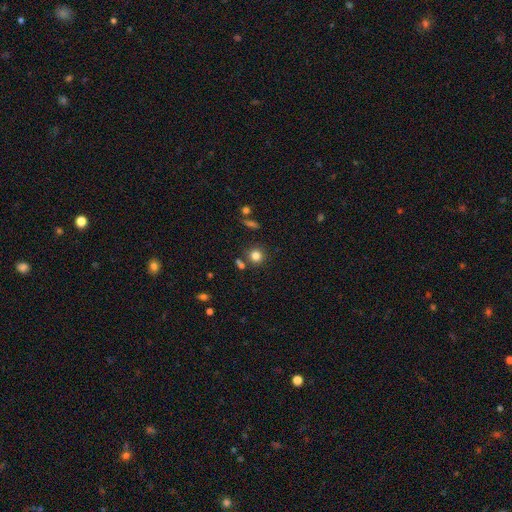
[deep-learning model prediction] Q: Smooth or featured?
A: smooth (80%); runner-up: star or artifact (13%)
Q: How rounded?
A: round (89%); runner-up: in between (10%)
Q: Merging?
A: none (79%); runner-up: merger (9%)